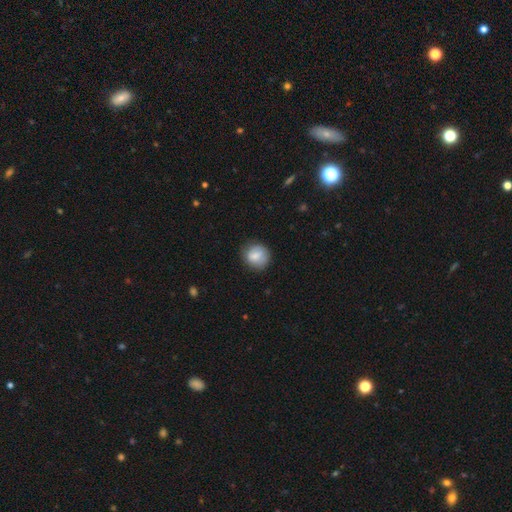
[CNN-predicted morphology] type=smooth (77%); roundness=round (84%); merging=none (78%).